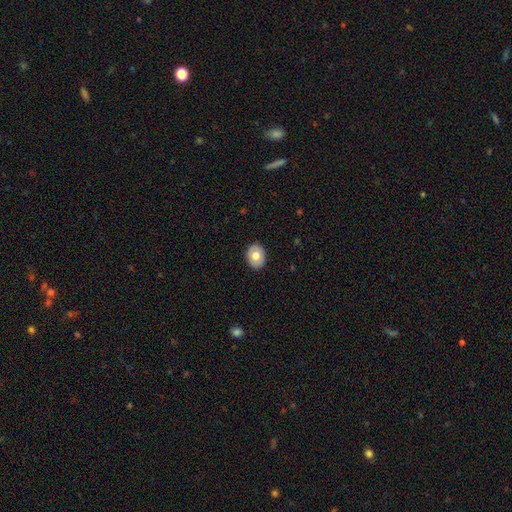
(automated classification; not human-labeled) Morphology: type=smooth (72%); roundness=in between (57%); merging=none (89%).